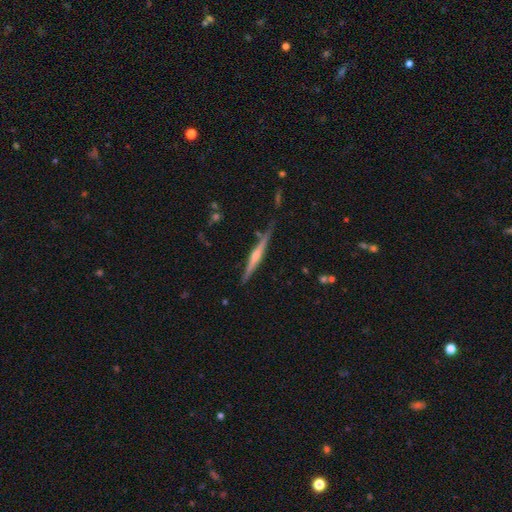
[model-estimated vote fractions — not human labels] smooth-or-featured: featured or disk: 74% | smooth: 20% | star or artifact: 6%
  disk-edge-on: yes: 98% | no: 2%
    edge-on-bulge: rounded: 72% | none: 20% | boxy: 8%
  merging: none: 81% | minor disturbance: 14% | merger: 3% | major disturbance: 3%